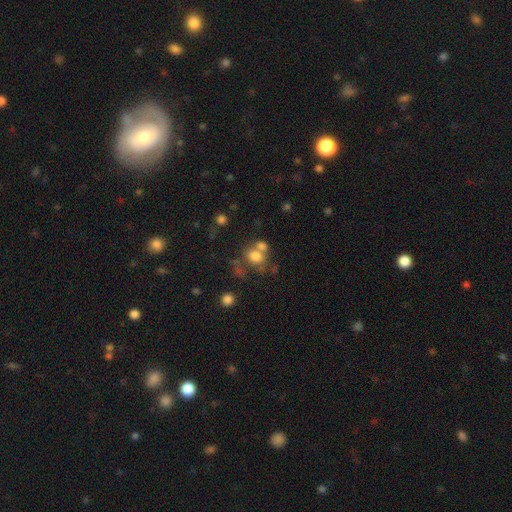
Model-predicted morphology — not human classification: Q: Smooth or featured?
A: smooth (72%); runner-up: featured or disk (15%)
Q: How rounded?
A: round (64%); runner-up: in between (35%)
Q: Merging?
A: merger (42%); runner-up: none (39%)